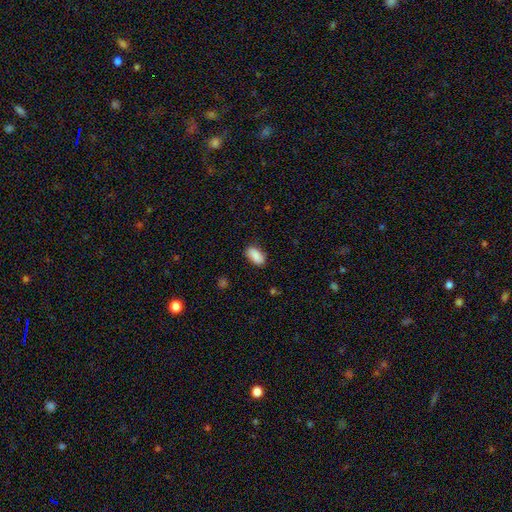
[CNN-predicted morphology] type=smooth (88%); roundness=in between (92%); merging=none (82%).